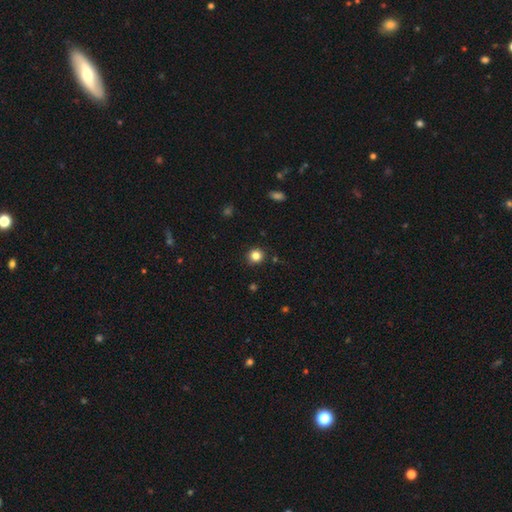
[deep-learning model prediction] This is clearly a smooth galaxy (83%). How rounded: clearly round (90%). Merging: clearly none (90%).